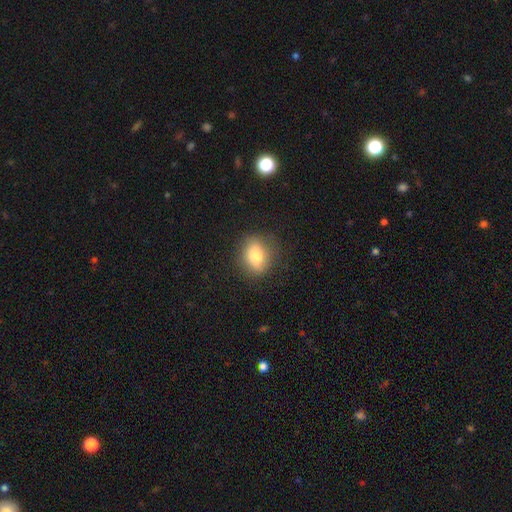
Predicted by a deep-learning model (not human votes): smooth-or-featured: smooth: 76% | featured or disk: 15% | star or artifact: 10%
  how-rounded: in between: 52% | round: 46% | cigar-shaped: 2%
  merging: none: 83% | minor disturbance: 13% | major disturbance: 3% | merger: 1%